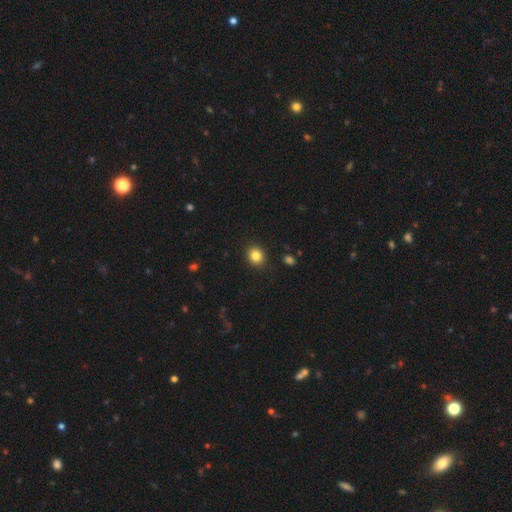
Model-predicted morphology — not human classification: This is clearly a smooth galaxy (84%). How rounded: likely round (74%). Merging: clearly none (90%).